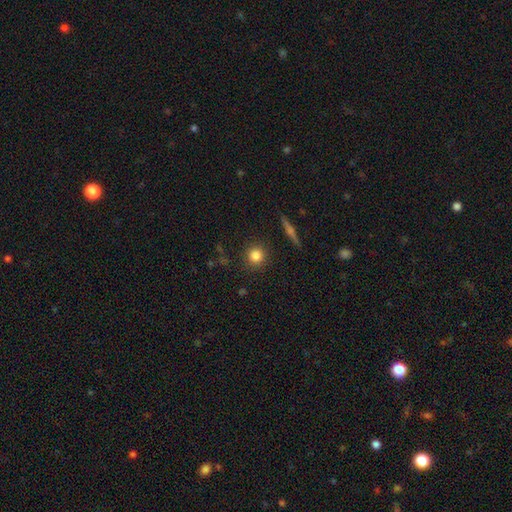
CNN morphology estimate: Smooth or featured? Predicted: smooth (p=0.82). How rounded? Predicted: round (p=0.92). Merging? Predicted: none (p=0.88).